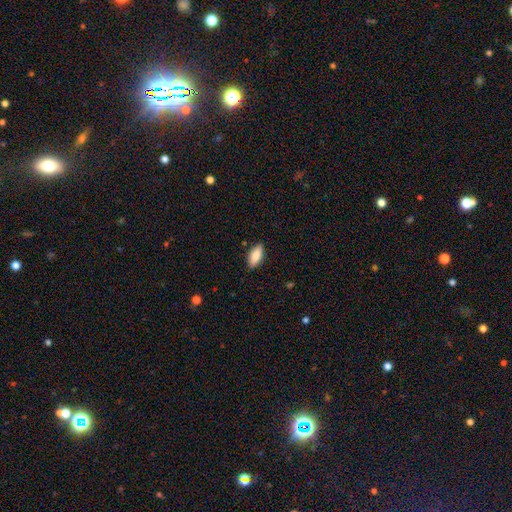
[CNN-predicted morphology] Smooth or featured?
  - smooth: 84% *
  - featured or disk: 10%
  - star or artifact: 6%
How rounded?
  - in between: 81% *
  - cigar-shaped: 16%
  - round: 2%
Merging?
  - none: 87% *
  - minor disturbance: 10%
  - major disturbance: 2%
  - merger: 1%